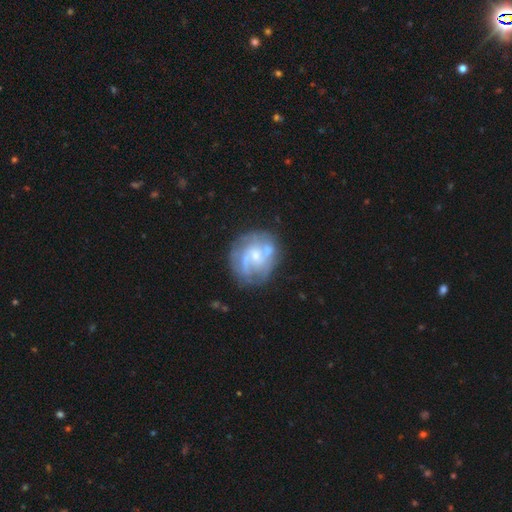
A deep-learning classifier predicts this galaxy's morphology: This is likely a featured or disk galaxy (73%). It is clearly not viewed edge-on (98%). Bar: possibly no (52%). Spiral arm pattern: likely yes (76%). Spiral arm count: marginally 2 (43%). Spiral winding: marginally medium (42%). Central bulge: possibly small (45%). Merging: possibly none (59%).